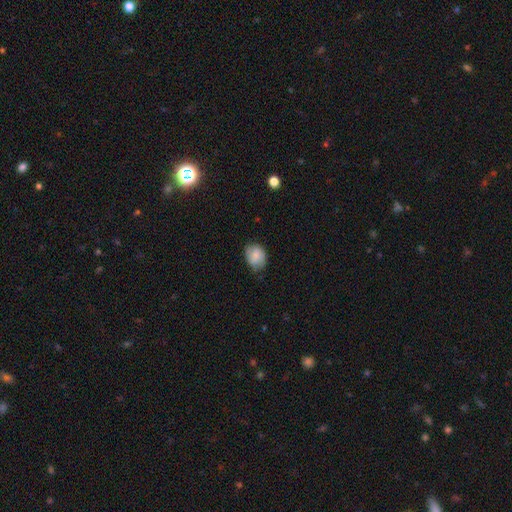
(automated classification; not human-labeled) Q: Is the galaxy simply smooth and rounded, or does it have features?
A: smooth — 78%.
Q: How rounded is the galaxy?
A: in between — 53%.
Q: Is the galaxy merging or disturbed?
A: none — 64%.